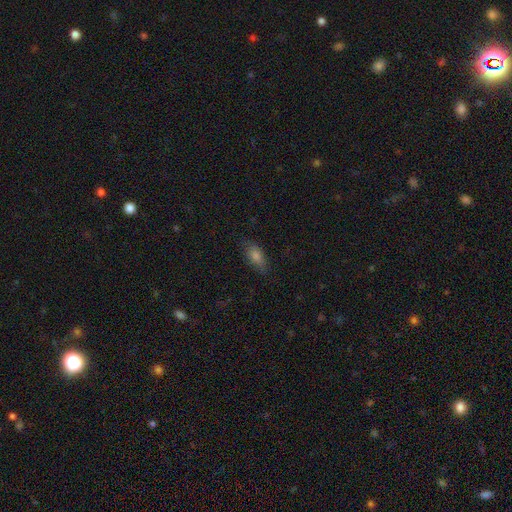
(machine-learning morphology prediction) type=smooth (74%); roundness=in between (80%); merging=none (79%).